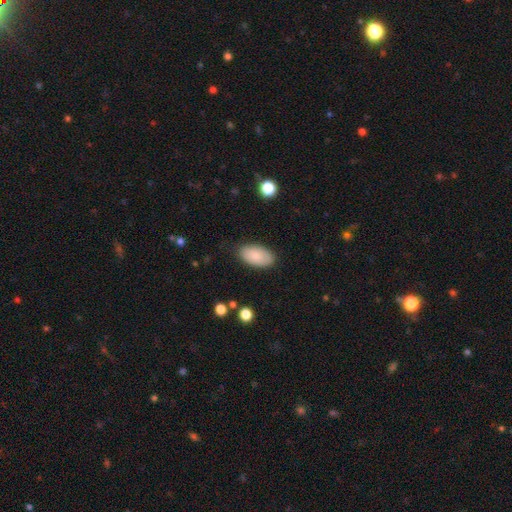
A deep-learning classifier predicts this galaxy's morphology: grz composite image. It shows a smooth galaxy with no disk features (84%) that is in between round and cigar-shaped (95%). Merging: none (83%).